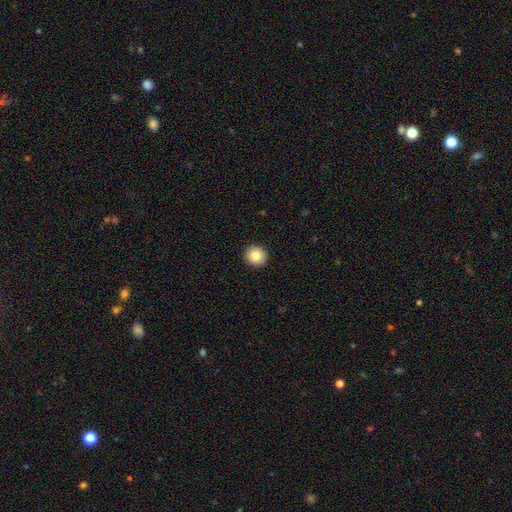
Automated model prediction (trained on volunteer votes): This appears to be a smooth galaxy with no disk features (87%) that is round (93%). Merging: none (93%).